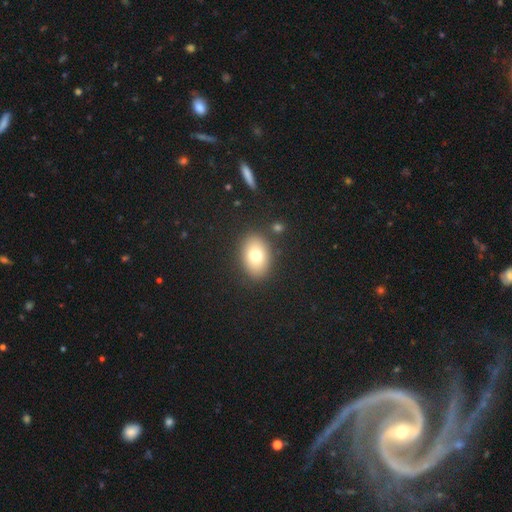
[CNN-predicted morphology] Q: Smooth or featured?
A: smooth (75%); runner-up: featured or disk (15%)
Q: How rounded?
A: in between (77%); runner-up: round (21%)
Q: Merging?
A: none (86%); runner-up: minor disturbance (9%)